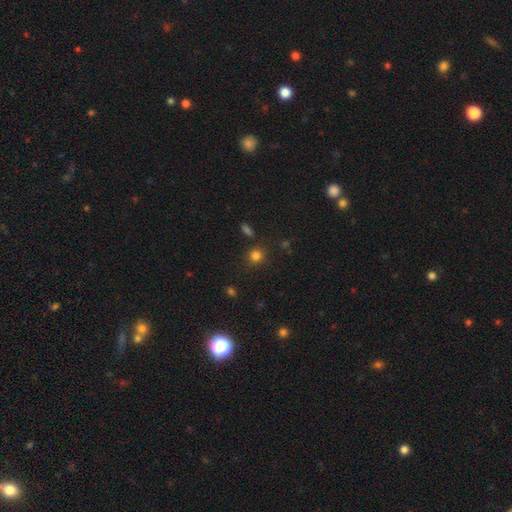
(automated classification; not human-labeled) This is likely a smooth galaxy (80%). How rounded: clearly round (86%). Merging: clearly none (83%).